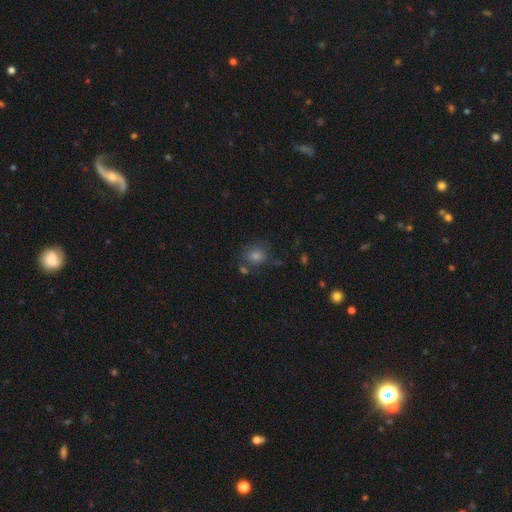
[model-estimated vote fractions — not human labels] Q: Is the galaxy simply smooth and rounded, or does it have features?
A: smooth — 66%.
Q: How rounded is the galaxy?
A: round — 73%.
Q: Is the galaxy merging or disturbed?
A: none — 73%.